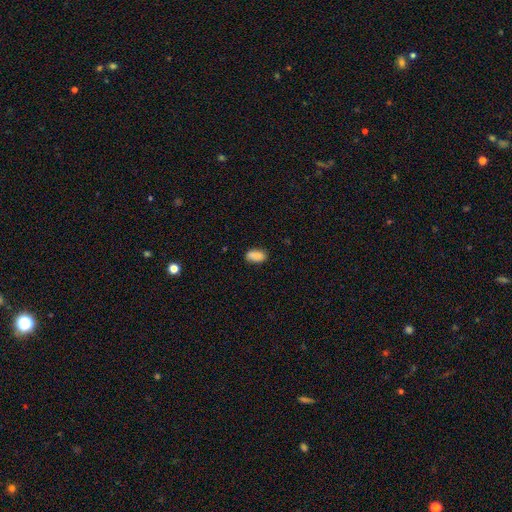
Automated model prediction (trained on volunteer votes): Q: Smooth or featured?
A: smooth (88%); runner-up: star or artifact (8%)
Q: How rounded?
A: in between (93%); runner-up: round (5%)
Q: Merging?
A: none (83%); runner-up: minor disturbance (13%)